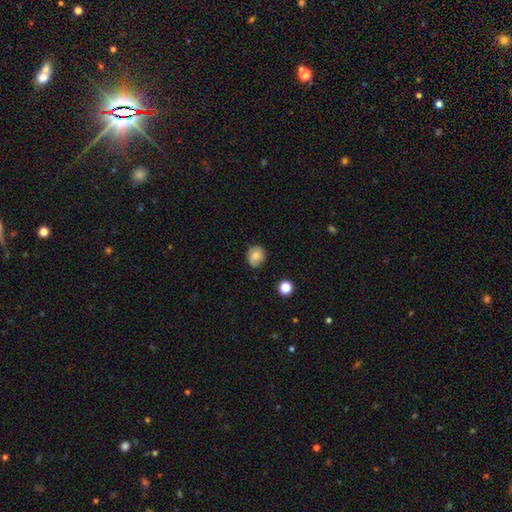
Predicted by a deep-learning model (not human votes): Smooth or featured? smooth (79%)
How rounded? round (73%)
Merging? none (79%)